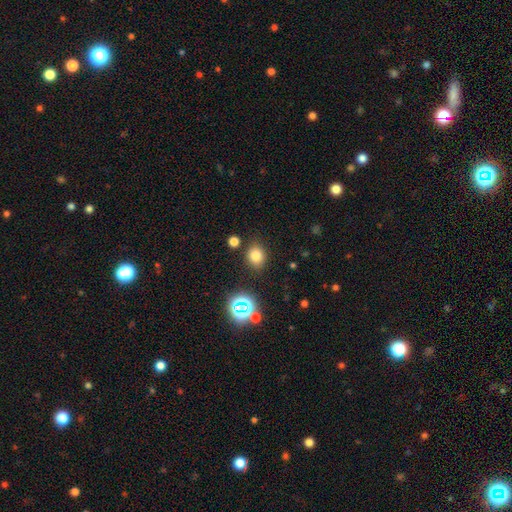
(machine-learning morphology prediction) Smooth or featured? smooth (75%)
How rounded? round (66%)
Merging? none (82%)